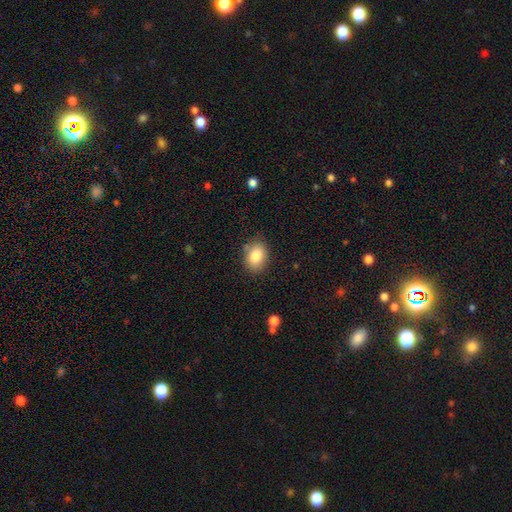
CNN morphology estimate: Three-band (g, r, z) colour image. It shows a smooth galaxy with no disk features (85%) that is in between round and cigar-shaped (73%). Merging: none (82%).